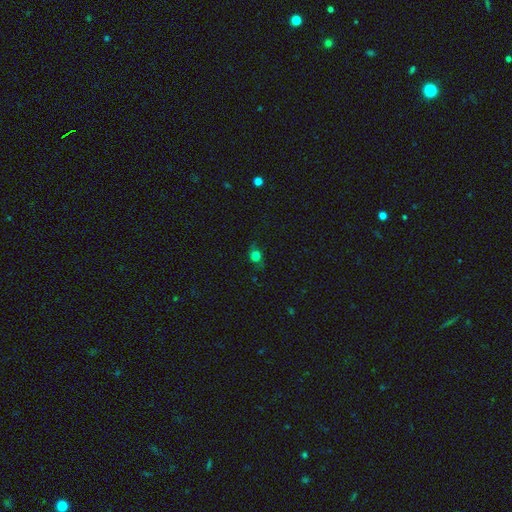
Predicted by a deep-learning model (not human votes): Smooth or featured? Predicted: smooth (p=0.68). How rounded? Predicted: round (p=0.60). Merging? Predicted: none (p=0.65).